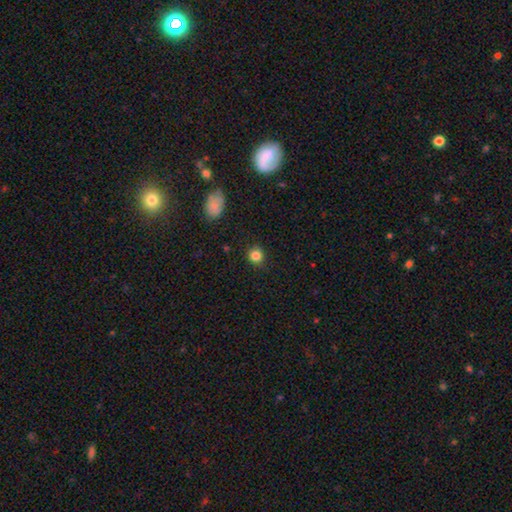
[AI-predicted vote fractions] smooth-or-featured: smooth: 84% | star or artifact: 12% | featured or disk: 4%
  how-rounded: round: 87% | in between: 12% | cigar-shaped: 1%
  merging: none: 84% | minor disturbance: 12% | major disturbance: 3% | merger: 1%